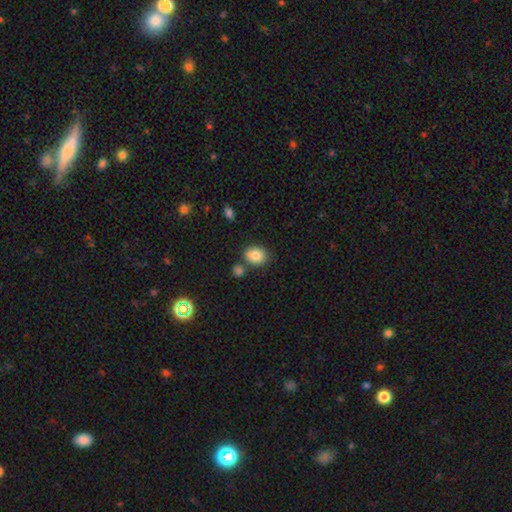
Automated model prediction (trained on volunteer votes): Smooth or featured?
  - smooth: 82% *
  - featured or disk: 9%
  - star or artifact: 9%
How rounded?
  - in between: 53% *
  - round: 47%
  - cigar-shaped: 1%
Merging?
  - none: 70% *
  - merger: 14%
  - minor disturbance: 13%
  - major disturbance: 3%